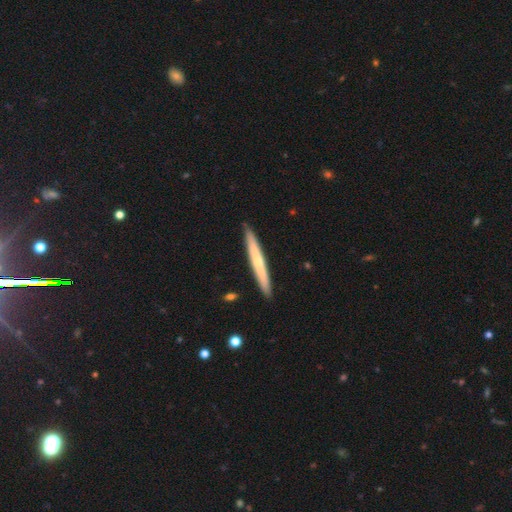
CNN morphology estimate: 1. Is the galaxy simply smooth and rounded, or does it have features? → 53% featured or disk, 41% smooth, 6% star or artifact.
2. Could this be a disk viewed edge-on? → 95% yes, 5% no.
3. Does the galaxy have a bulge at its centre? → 55% rounded, 42% none, 3% boxy.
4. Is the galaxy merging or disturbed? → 91% none, 6% minor disturbance, 1% major disturbance, 1% merger.